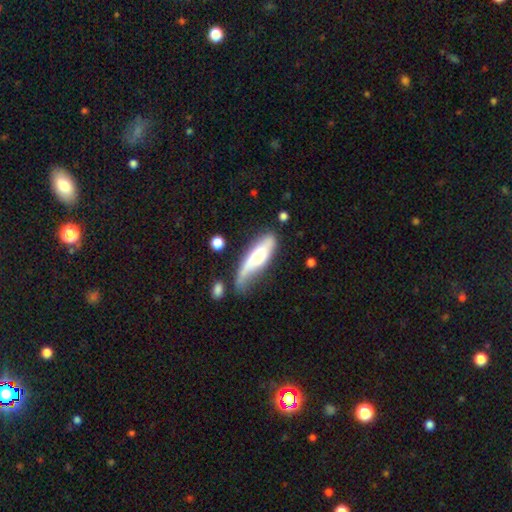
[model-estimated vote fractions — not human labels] smooth 56%, featured or disk 39%, star or artifact 6%. Down the decision tree: how rounded — cigar-shaped (55%); merging — none (37%).